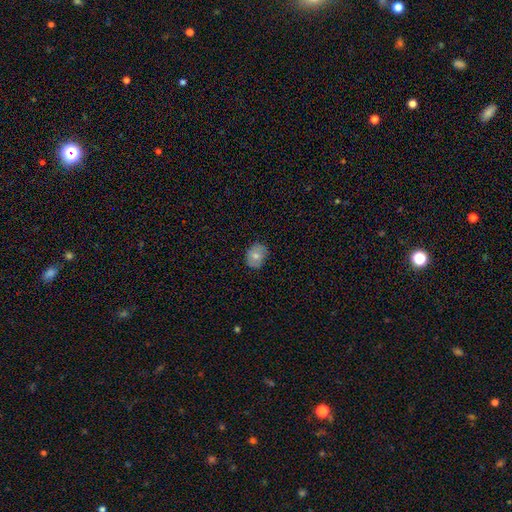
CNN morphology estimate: smooth 70%, featured or disk 22%, star or artifact 8%. Down the decision tree: how rounded — in between (57%); merging — none (80%).